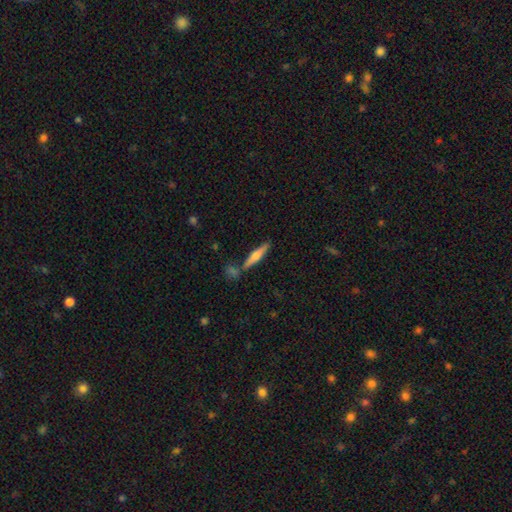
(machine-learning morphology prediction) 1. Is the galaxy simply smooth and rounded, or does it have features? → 49% smooth, 45% featured or disk, 6% star or artifact.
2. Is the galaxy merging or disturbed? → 78% none, 10% minor disturbance, 9% merger, 2% major disturbance.